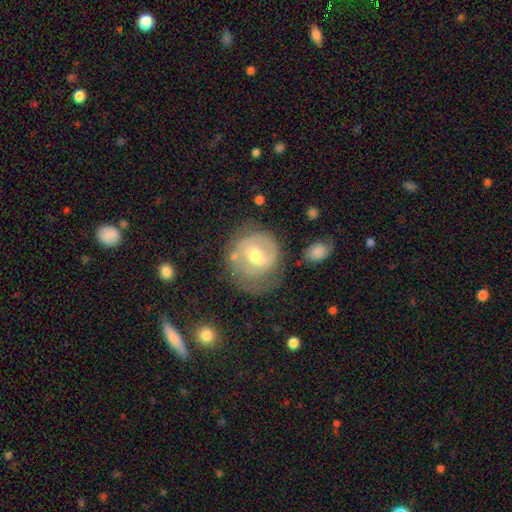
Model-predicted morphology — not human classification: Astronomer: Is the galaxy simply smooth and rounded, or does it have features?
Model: featured or disk — 60%.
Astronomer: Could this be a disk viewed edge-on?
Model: no — 97%.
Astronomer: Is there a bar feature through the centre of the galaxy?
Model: weak — 49% (runner-up: no, 34%).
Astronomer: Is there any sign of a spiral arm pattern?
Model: yes — 72%.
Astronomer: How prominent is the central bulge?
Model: moderate — 65%.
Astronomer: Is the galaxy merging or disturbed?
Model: none — 55%.